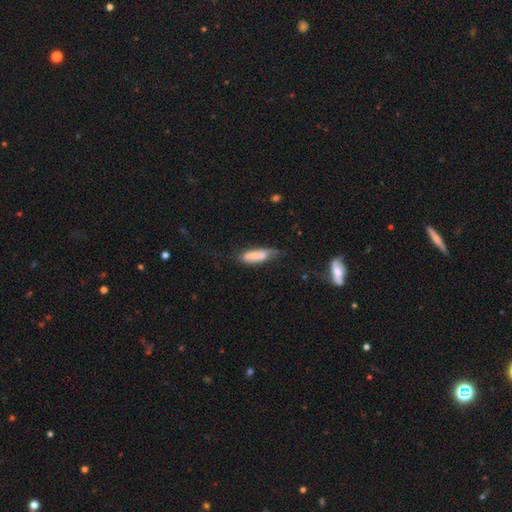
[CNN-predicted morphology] Smooth or featured? Predicted: smooth (p=0.70). How rounded? Predicted: in between (p=0.52). Merging? Predicted: none (p=0.39).